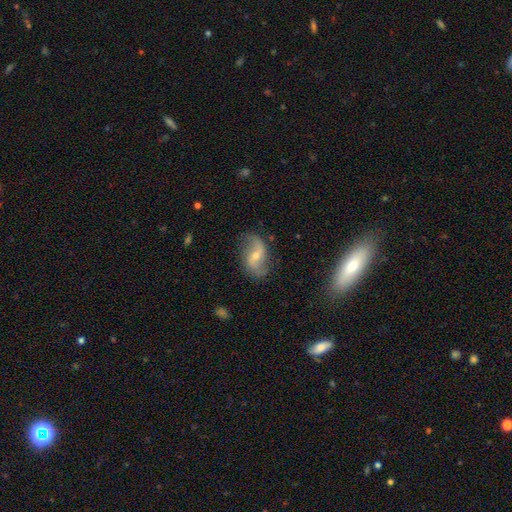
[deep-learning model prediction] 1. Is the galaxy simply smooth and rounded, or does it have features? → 79% featured or disk, 13% smooth, 8% star or artifact.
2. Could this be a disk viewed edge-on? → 96% no, 4% yes.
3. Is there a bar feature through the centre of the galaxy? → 43% weak, 39% no, 18% strong.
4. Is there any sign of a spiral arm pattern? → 93% yes, 7% no.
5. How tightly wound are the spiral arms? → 71% loose, 22% medium, 7% tight.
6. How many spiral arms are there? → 90% 2, 4% can't tell, 2% 1, 1% 3, 1% 4, 1% more than 4.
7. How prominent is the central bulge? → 50% small, 45% moderate, 2% none, 2% large, 1% dominant.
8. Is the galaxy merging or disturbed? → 76% none, 16% minor disturbance, 6% major disturbance, 2% merger.